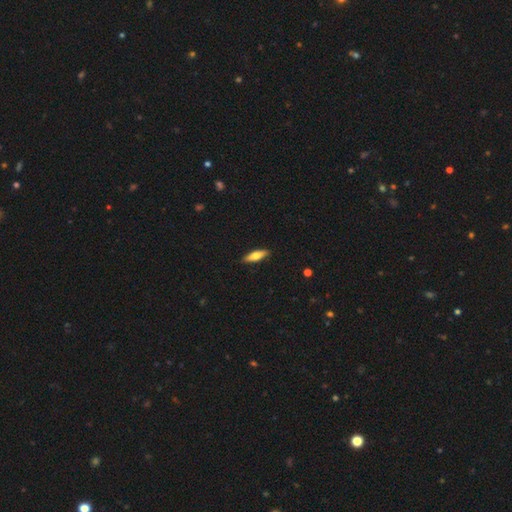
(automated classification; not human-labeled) A smooth galaxy with no disk features (65%) that is cigar-shaped (54%). Merging: none (89%).